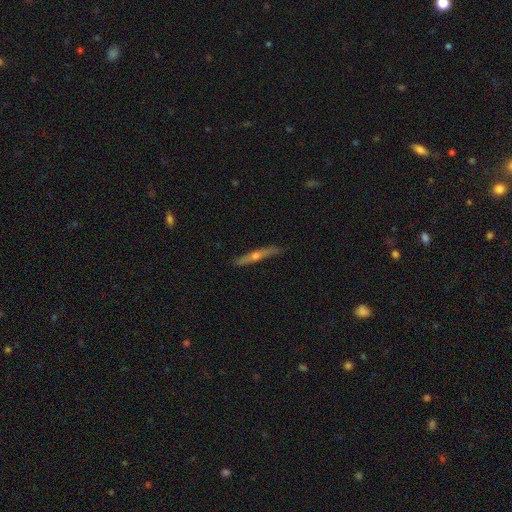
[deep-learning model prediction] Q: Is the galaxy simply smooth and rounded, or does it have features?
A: featured or disk — 69%.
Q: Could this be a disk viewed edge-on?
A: yes — 96%.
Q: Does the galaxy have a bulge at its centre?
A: rounded — 89%.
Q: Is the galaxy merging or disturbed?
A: none — 86%.